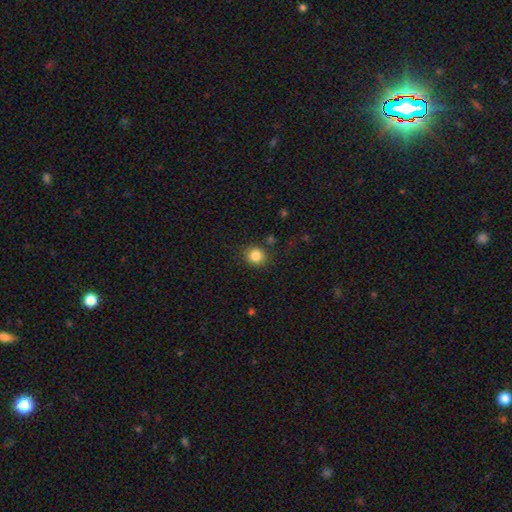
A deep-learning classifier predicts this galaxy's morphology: A smooth galaxy with no disk features (85%) that is round (84%). Merging: none (84%).